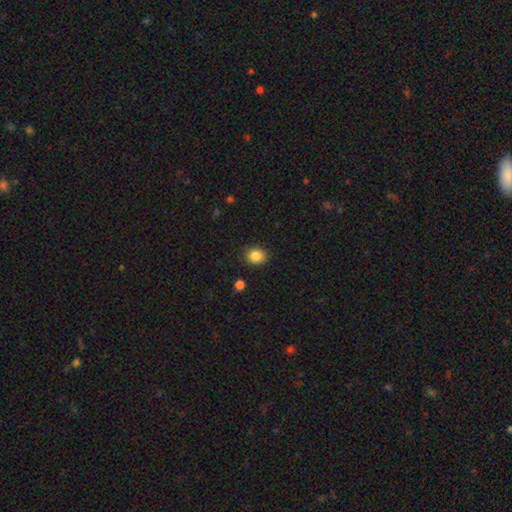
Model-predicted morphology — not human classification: Q: Smooth or featured?
A: smooth (86%); runner-up: star or artifact (10%)
Q: How rounded?
A: round (65%); runner-up: in between (34%)
Q: Merging?
A: none (88%); runner-up: minor disturbance (8%)